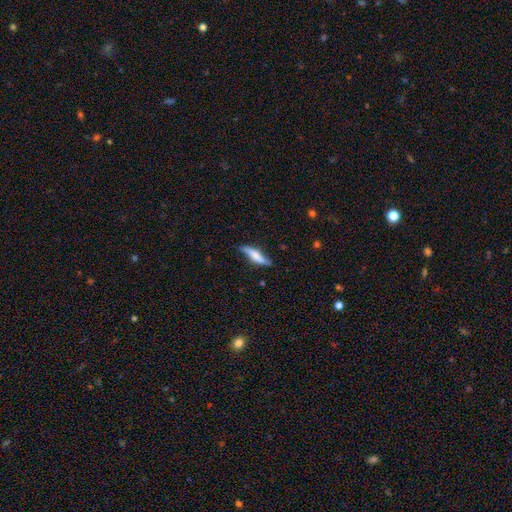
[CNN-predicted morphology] A smooth galaxy with no disk features (59%) that is cigar-shaped (71%). Merging: none (66%).